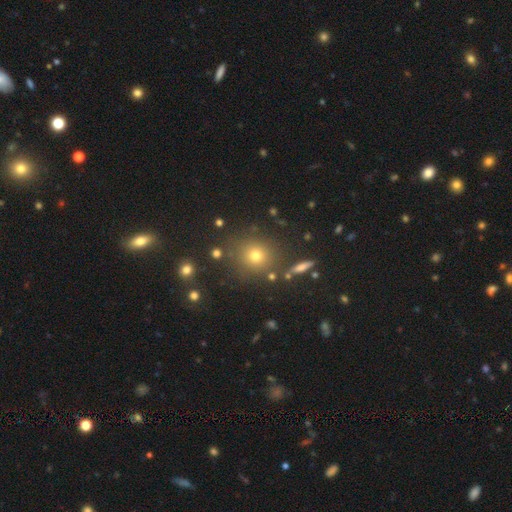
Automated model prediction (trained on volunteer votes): Q: Smooth or featured?
A: smooth (67%); runner-up: star or artifact (23%)
Q: How rounded?
A: round (89%); runner-up: in between (10%)
Q: Merging?
A: none (84%); runner-up: minor disturbance (8%)